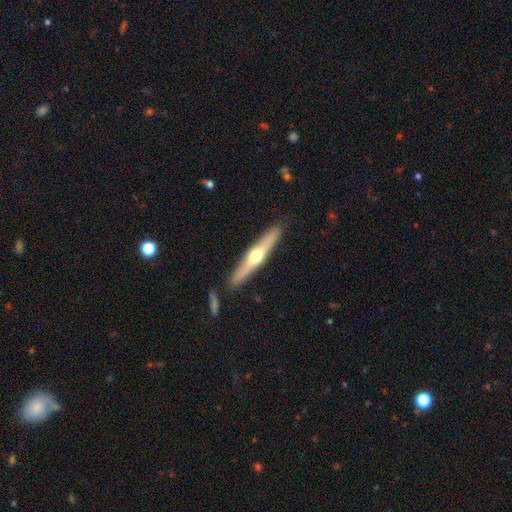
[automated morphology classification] The model was most divided on "smooth or featured": featured or disk: 60%, smooth: 35%, star or artifact: 5%. More confident: edge-on disk — yes (95%); edge-on bulge — rounded (92%); merging — none (89%).